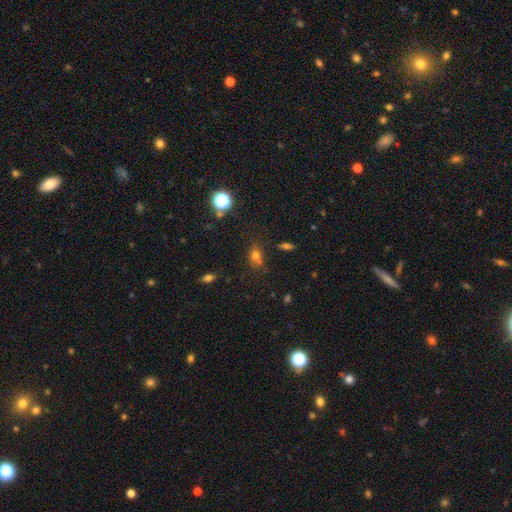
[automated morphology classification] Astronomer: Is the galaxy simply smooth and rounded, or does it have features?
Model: smooth — 68%.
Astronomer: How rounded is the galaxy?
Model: round — 52% (runner-up: in between, 46%).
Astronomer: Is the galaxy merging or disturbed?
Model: none — 57%.